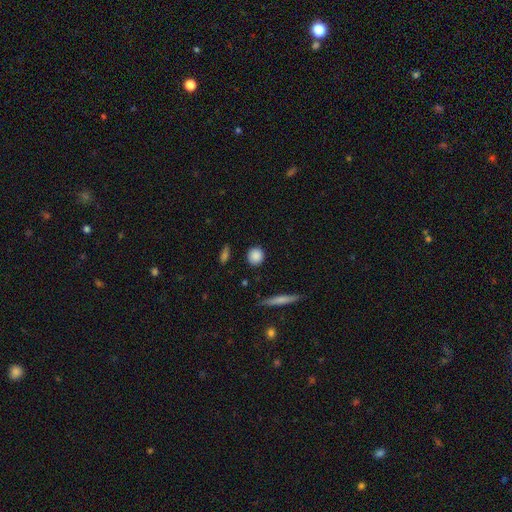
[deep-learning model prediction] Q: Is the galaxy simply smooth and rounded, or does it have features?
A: smooth — 87%.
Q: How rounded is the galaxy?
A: round — 87%.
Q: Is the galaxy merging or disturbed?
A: none — 88%.